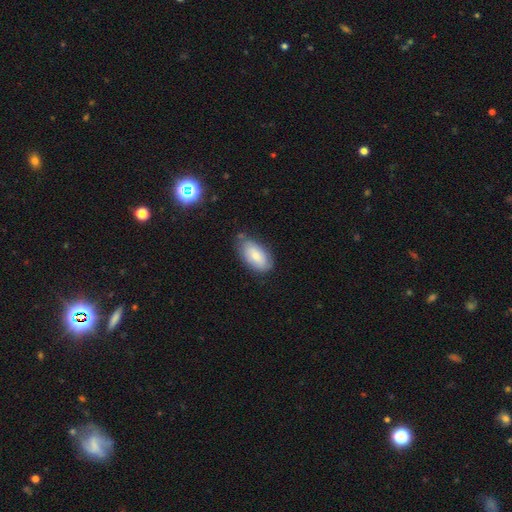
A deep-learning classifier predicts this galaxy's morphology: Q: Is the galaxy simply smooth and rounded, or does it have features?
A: smooth — 76%.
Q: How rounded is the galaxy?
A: in between — 93%.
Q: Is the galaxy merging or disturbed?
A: none — 70%.